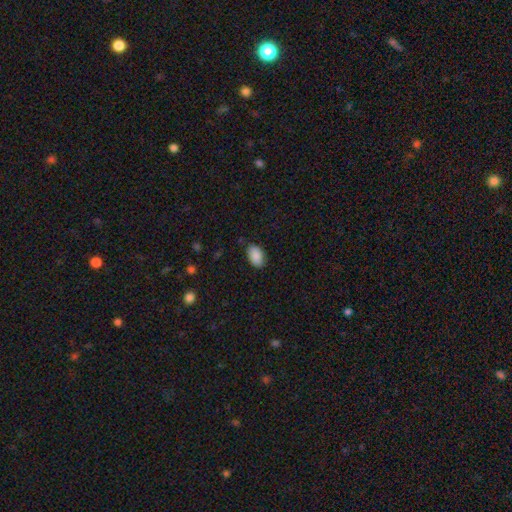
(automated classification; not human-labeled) Q: Smooth or featured?
A: smooth (89%); runner-up: star or artifact (7%)
Q: How rounded?
A: in between (93%); runner-up: round (6%)
Q: Merging?
A: none (83%); runner-up: minor disturbance (13%)